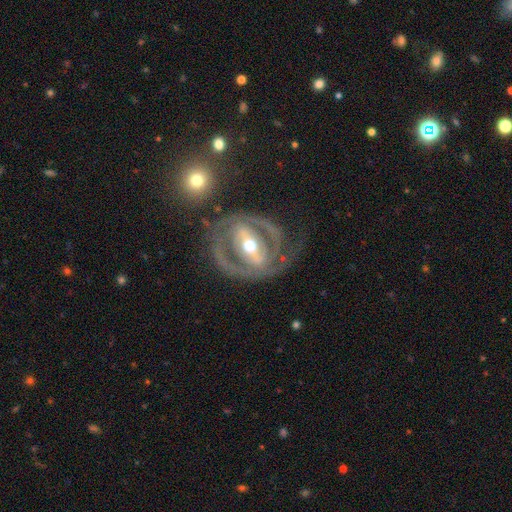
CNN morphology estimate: Q: Smooth or featured?
A: featured or disk (87%); runner-up: smooth (8%)
Q: Edge-on disk?
A: no (95%); runner-up: yes (5%)
Q: Bar?
A: strong (63%); runner-up: weak (23%)
Q: Spiral arms?
A: yes (83%); runner-up: no (17%)
Q: Spiral winding?
A: tight (45%); runner-up: medium (41%)
Q: Spiral arm count?
A: 2 (79%); runner-up: can't tell (8%)
Q: Bulge size?
A: moderate (69%); runner-up: small (24%)
Q: Merging?
A: none (64%); runner-up: minor disturbance (17%)